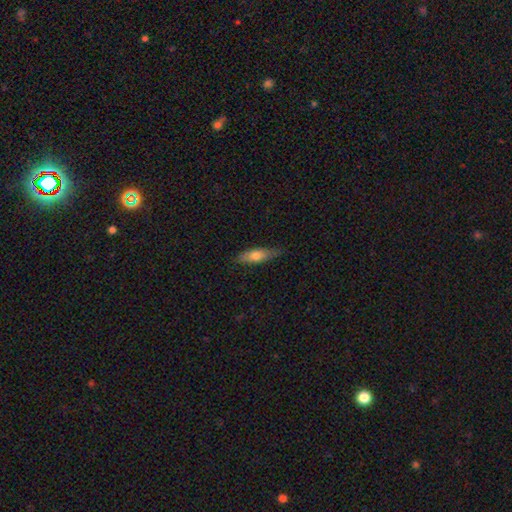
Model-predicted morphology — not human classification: smooth_or_featured: smooth (p=0.67) [alt: featured or disk p=0.27]
how_rounded: cigar-shaped (p=0.50) [alt: in between p=0.48]
merging: none (p=0.75) [alt: minor disturbance p=0.21]